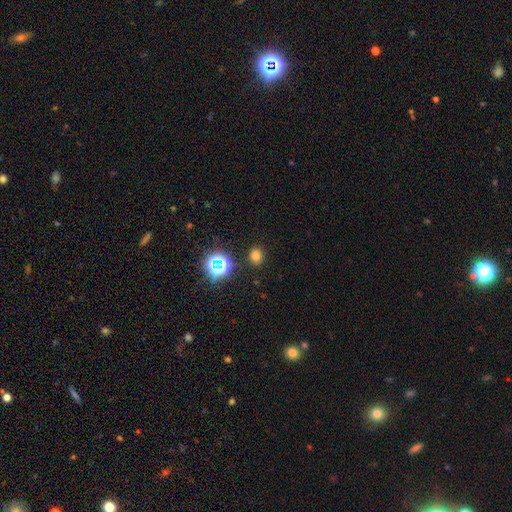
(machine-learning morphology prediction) A smooth galaxy with no disk features (70%) that is round (66%). Merging: none (87%).